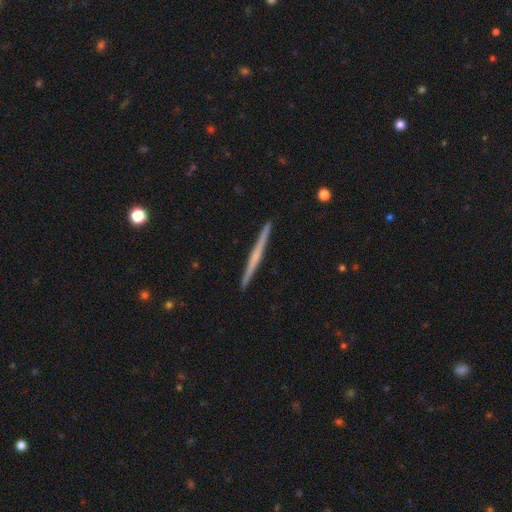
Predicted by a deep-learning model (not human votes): Smooth or featured? Predicted: featured or disk (p=0.65). Edge-on disk? Predicted: yes (p=0.98). Edge-on bulge? Predicted: none (p=0.64). Merging? Predicted: none (p=0.93).